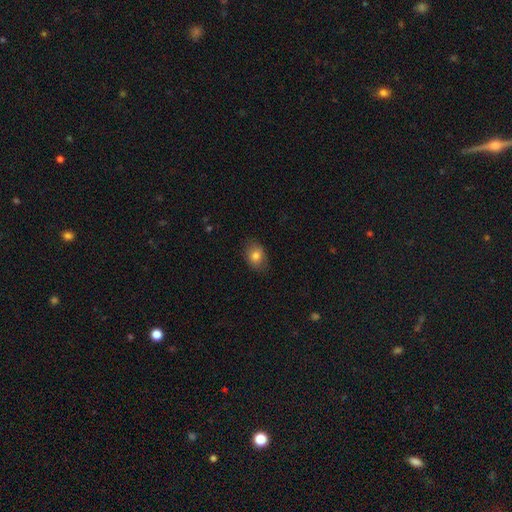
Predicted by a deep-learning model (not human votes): Morphology: type=smooth (79%); roundness=in between (71%); merging=none (81%).